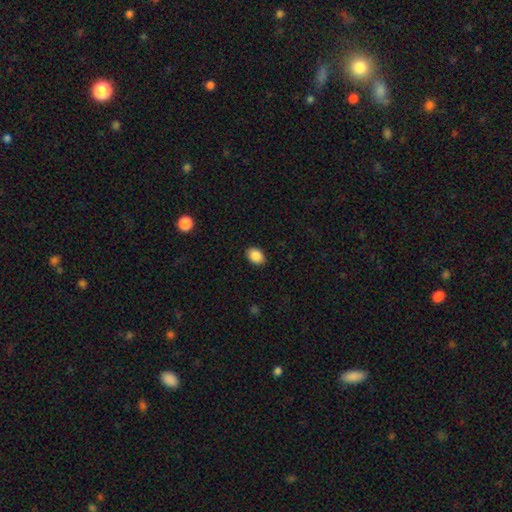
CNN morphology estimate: type=smooth (89%); roundness=in between (75%); merging=none (88%).